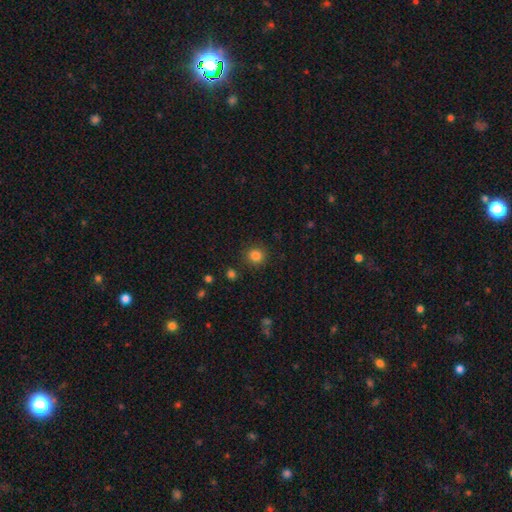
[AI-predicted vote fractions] Smooth or featured?
  - smooth: 84% *
  - star or artifact: 12%
  - featured or disk: 4%
How rounded?
  - round: 88% *
  - in between: 11%
  - cigar-shaped: 1%
Merging?
  - none: 88% *
  - minor disturbance: 8%
  - major disturbance: 3%
  - merger: 2%